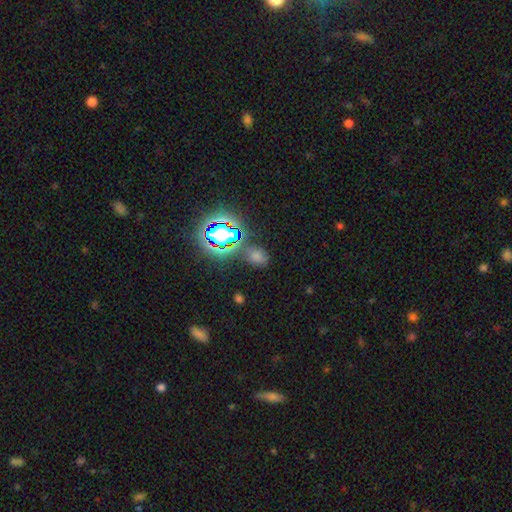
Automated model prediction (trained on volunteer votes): smooth-or-featured: star or artifact: 47% | smooth: 45% | featured or disk: 8%